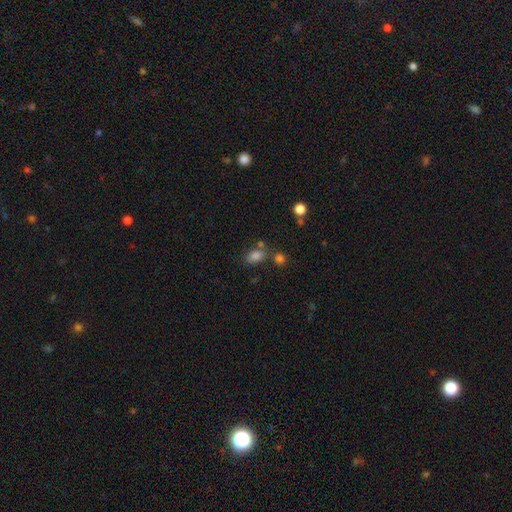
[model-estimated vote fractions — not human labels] A smooth galaxy with no disk features (81%) that is in between round and cigar-shaped (84%).

Vote fractions:
- Smooth or featured? smooth: 81% / star or artifact: 13% / featured or disk: 6%
- How rounded? in between: 84% / round: 14% / cigar-shaped: 2%
- Merging? none: 63% / merger: 18% / minor disturbance: 15% / major disturbance: 5%